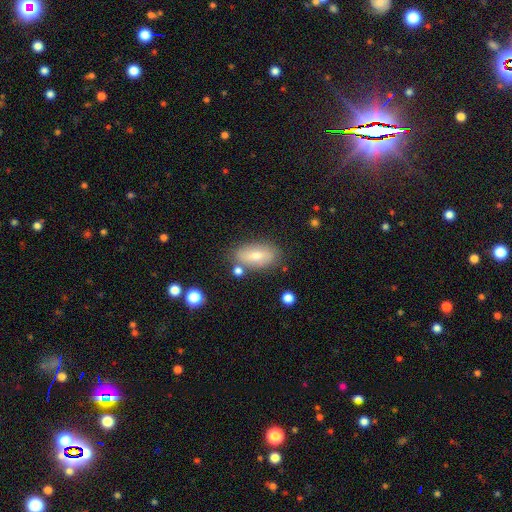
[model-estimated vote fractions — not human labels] Smooth or featured? smooth (70%)
How rounded? in between (88%)
Merging? none (75%)